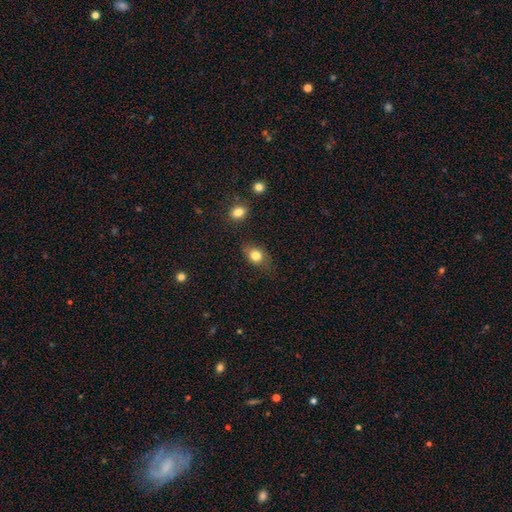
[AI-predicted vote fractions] smooth 80%, featured or disk 11%, star or artifact 9%. Down the decision tree: how rounded — in between (64%); merging — none (71%).